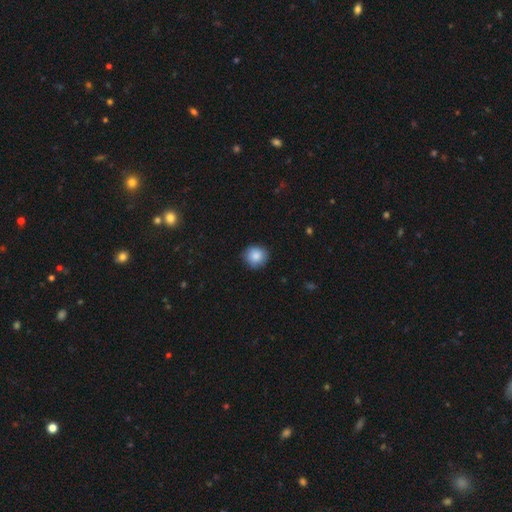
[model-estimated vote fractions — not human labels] Smooth or featured? Predicted: smooth (p=0.87). How rounded? Predicted: round (p=0.91). Merging? Predicted: none (p=0.87).